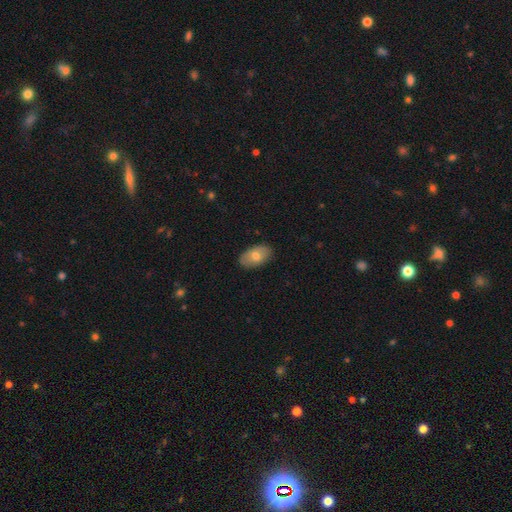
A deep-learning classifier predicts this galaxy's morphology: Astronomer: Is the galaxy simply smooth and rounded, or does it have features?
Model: smooth — 72%.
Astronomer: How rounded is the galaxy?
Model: in between — 92%.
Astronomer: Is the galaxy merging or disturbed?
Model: none — 85%.